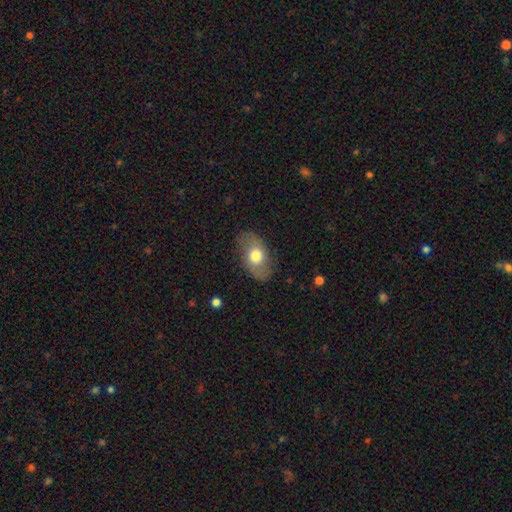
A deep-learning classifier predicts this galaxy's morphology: Overall: smooth (55%; featured or disk 38%). How rounded: in between (87%). Merging: none (78%).